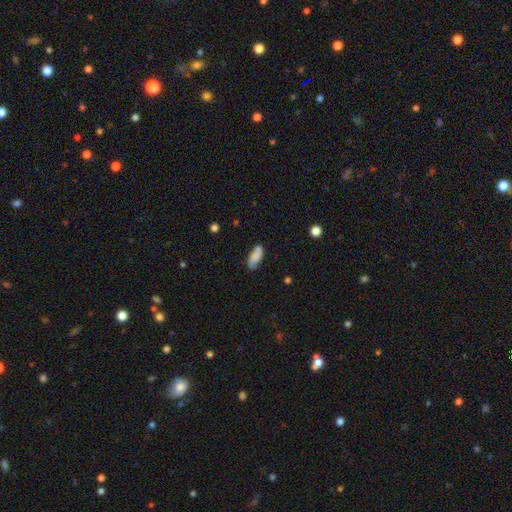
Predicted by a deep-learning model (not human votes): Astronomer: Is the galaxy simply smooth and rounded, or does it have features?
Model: smooth — 69%.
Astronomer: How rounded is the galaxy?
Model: in between — 79%.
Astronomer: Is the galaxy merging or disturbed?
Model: none — 71%.